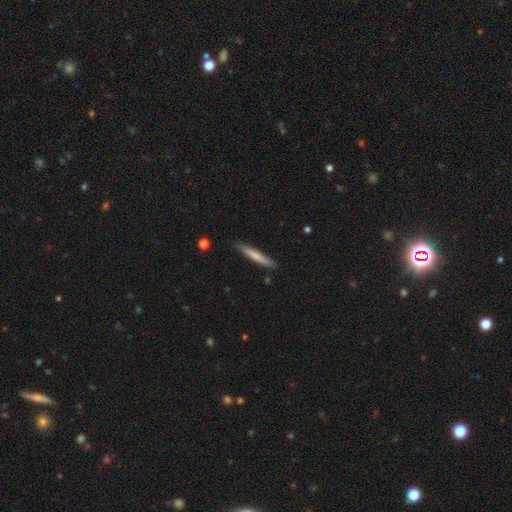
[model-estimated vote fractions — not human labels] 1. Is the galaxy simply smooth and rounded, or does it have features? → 67% smooth, 28% featured or disk, 5% star or artifact.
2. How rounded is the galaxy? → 95% cigar-shaped, 4% in between, 1% round.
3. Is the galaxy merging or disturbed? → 87% none, 10% minor disturbance, 2% major disturbance, 1% merger.